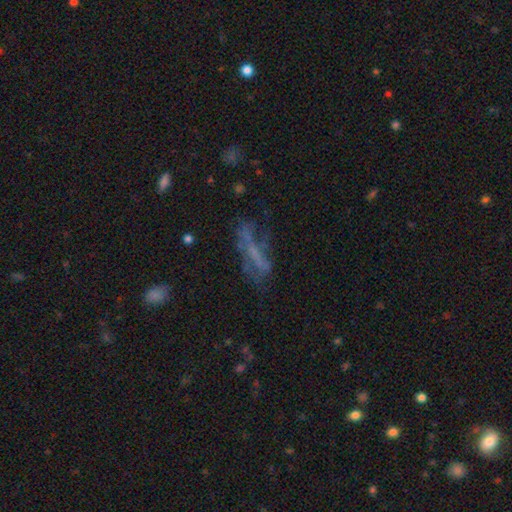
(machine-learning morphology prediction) type=featured or disk (47%); merging=none (40%).